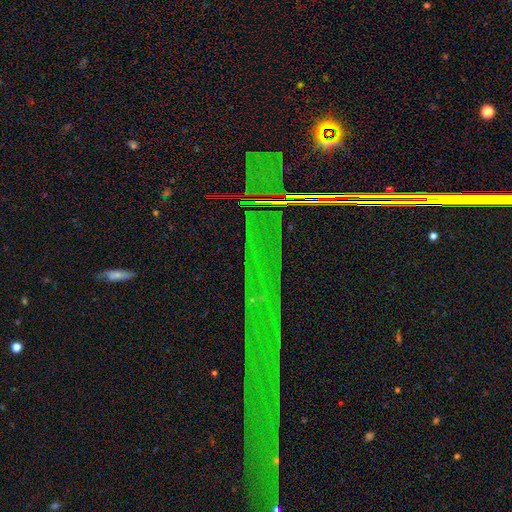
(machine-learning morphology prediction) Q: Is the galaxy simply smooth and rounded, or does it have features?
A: star or artifact — 85%.